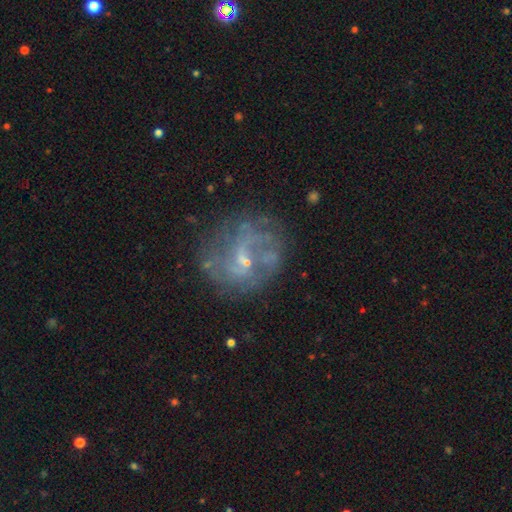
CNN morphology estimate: This is likely a featured or disk galaxy (68%). It is clearly not viewed edge-on (97%). Bar: possibly no (46%). Spiral arm pattern: likely yes (67%). Central bulge: likely small (67%). Merging: likely none (68%).